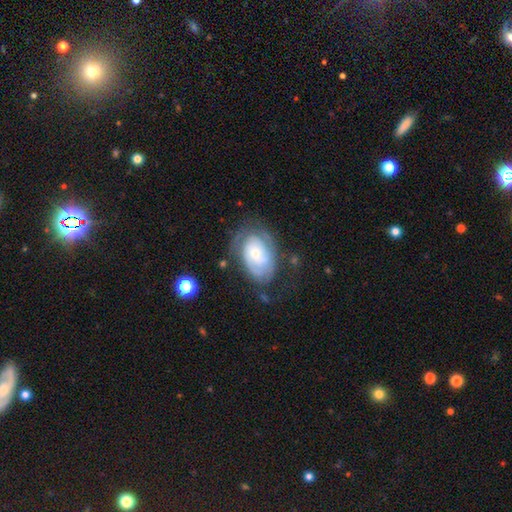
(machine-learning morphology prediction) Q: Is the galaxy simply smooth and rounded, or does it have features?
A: featured or disk — 76%.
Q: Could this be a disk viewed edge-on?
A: no — 96%.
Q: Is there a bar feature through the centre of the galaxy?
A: no — 74%.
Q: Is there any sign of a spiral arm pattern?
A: yes — 87%.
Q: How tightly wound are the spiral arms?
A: tight — 69%.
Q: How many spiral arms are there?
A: can't tell — 40%.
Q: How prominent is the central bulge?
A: small — 55%.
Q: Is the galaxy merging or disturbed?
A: none — 61%.